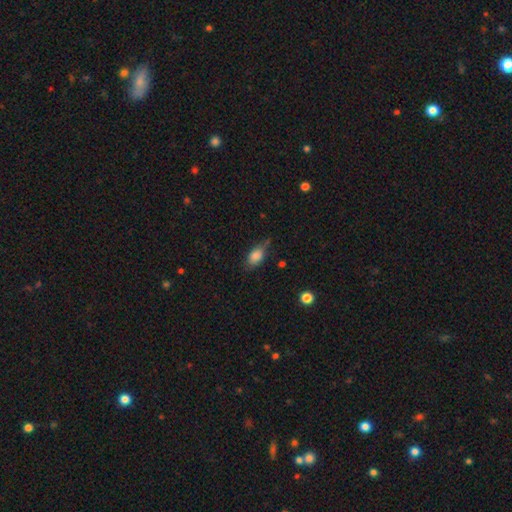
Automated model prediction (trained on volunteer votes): A smooth galaxy with no disk features (80%) that is in between round and cigar-shaped (85%). Merging: none (59%).